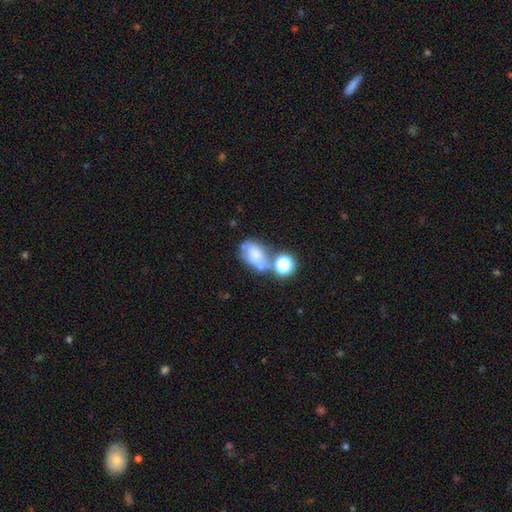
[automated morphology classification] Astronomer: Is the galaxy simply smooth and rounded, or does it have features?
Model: smooth — 54% (runner-up: featured or disk, 31%).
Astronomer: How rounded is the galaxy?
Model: in between — 75%.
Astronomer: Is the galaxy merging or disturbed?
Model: merger — 34% (runner-up: none, 32%).